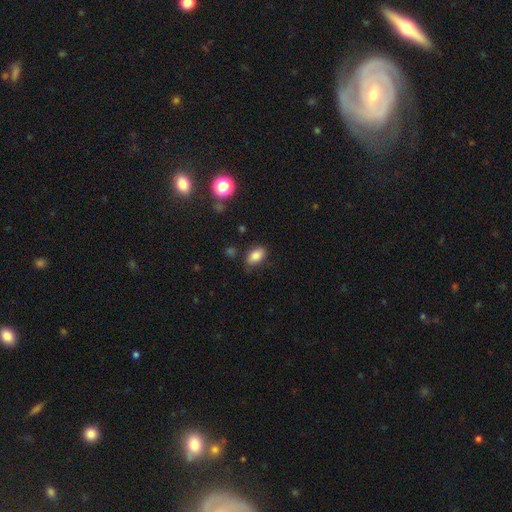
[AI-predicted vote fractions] Smooth or featured? Predicted: smooth (p=0.84). How rounded? Predicted: in between (p=0.89). Merging? Predicted: none (p=0.74).